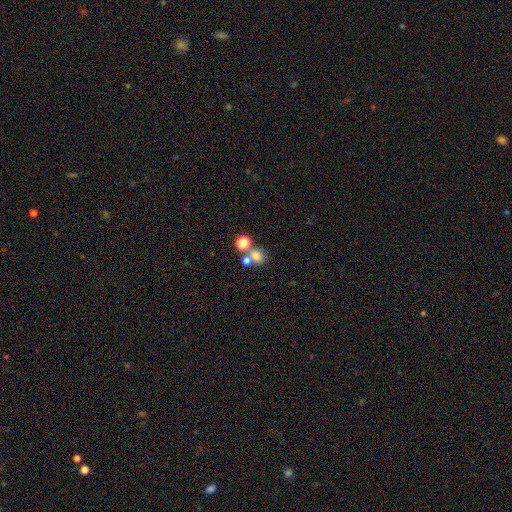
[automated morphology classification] Smooth or featured? Predicted: smooth (p=0.72). How rounded? Predicted: round (p=0.71). Merging? Predicted: none (p=0.47).